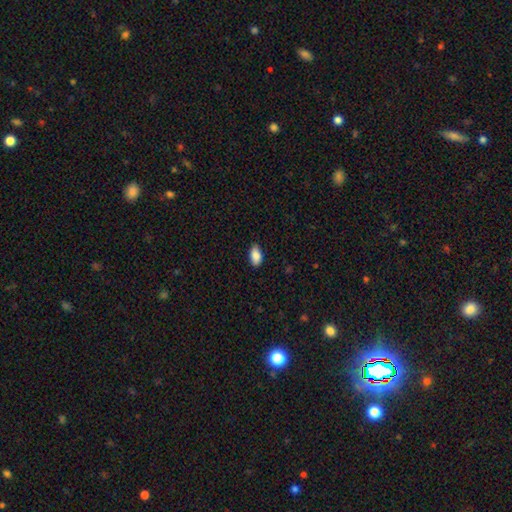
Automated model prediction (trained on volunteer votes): Smooth or featured: smooth — 88% (star or artifact — 7%)
How rounded: in between — 93% (cigar-shaped — 3%)
Merging: none — 85% (minor disturbance — 12%)